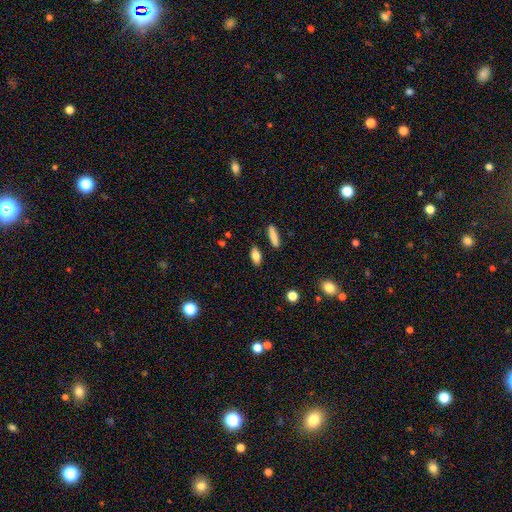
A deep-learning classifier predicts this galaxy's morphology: smooth-or-featured: smooth: 82% | featured or disk: 10% | star or artifact: 8%
  how-rounded: in between: 74% | cigar-shaped: 21% | round: 5%
  merging: none: 85% | minor disturbance: 10% | merger: 3% | major disturbance: 2%